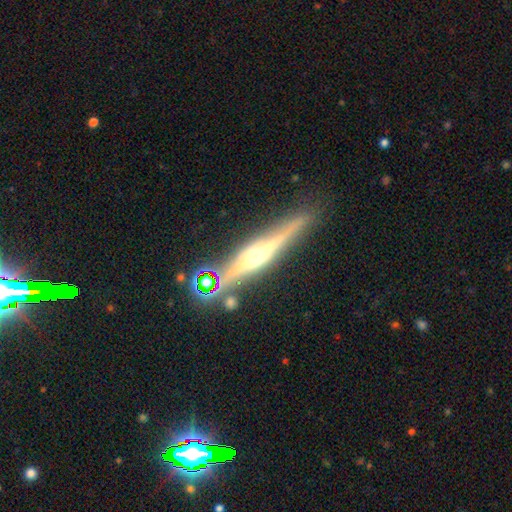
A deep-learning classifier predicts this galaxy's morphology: Overall: featured or disk (81%). Edge-on disk: yes (97%). Edge-on bulge: rounded (90%). Merging: none (80%).